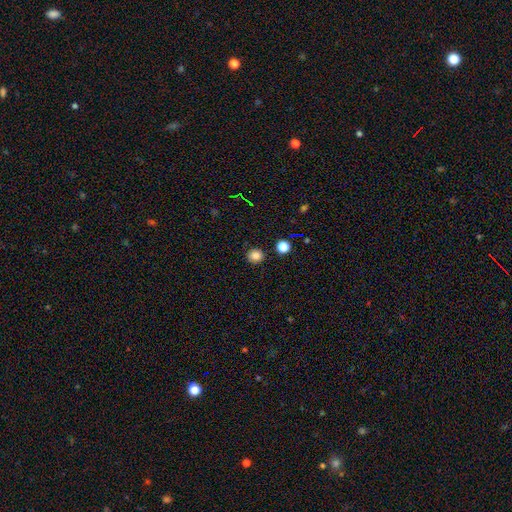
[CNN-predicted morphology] smooth_or_featured: smooth (p=0.82) [alt: star or artifact p=0.12]
how_rounded: round (p=0.86) [alt: in between p=0.13]
merging: none (p=0.89) [alt: minor disturbance p=0.06]